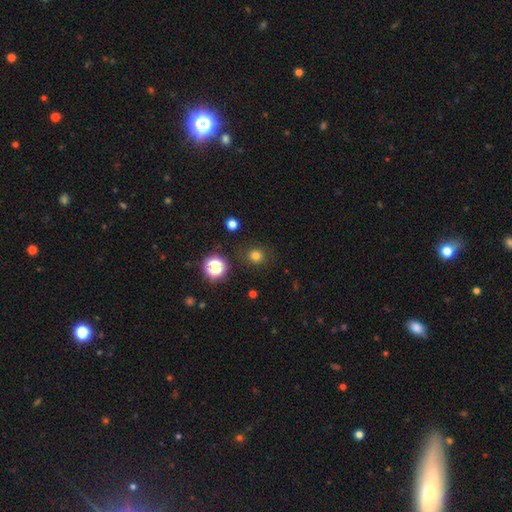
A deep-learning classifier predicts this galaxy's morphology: A smooth galaxy with no disk features (76%) that is round (90%). Merging: none (88%).